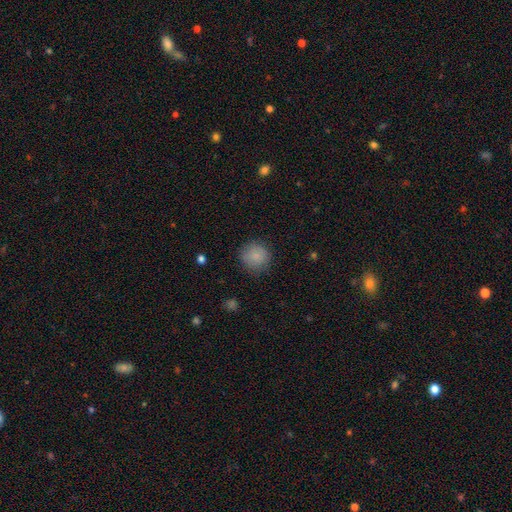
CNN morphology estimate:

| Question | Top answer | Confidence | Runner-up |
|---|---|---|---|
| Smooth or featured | smooth | 86% | star or artifact (8%) |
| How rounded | round | 92% | in between (7%) |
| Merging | none | 85% | minor disturbance (11%) |